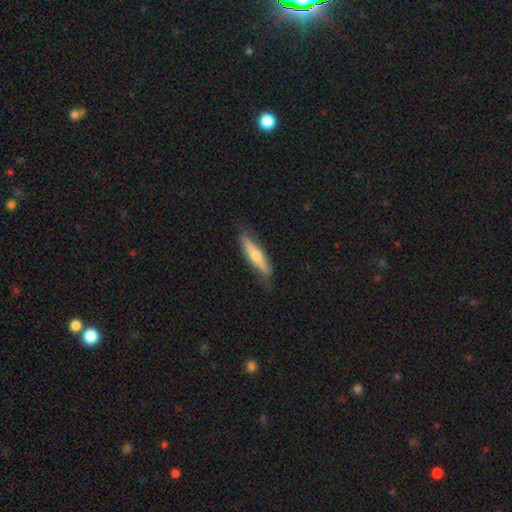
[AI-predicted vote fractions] smooth_or_featured: smooth (p=0.48) [alt: featured or disk p=0.46]
merging: none (p=0.82) [alt: minor disturbance p=0.15]